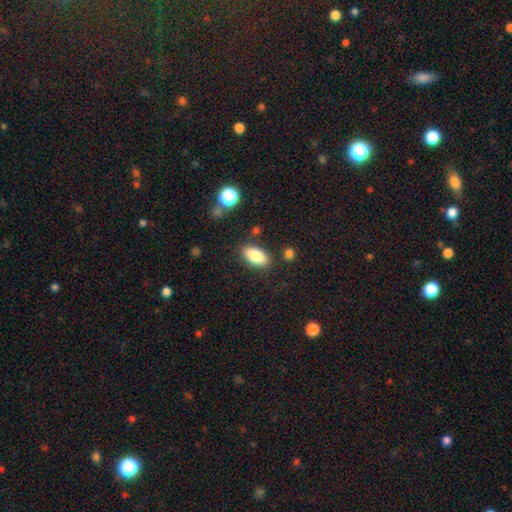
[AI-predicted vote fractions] smooth-or-featured: smooth: 86% | star or artifact: 8% | featured or disk: 7%
  how-rounded: in between: 91% | cigar-shaped: 6% | round: 4%
  merging: none: 83% | minor disturbance: 11% | major disturbance: 3% | merger: 3%